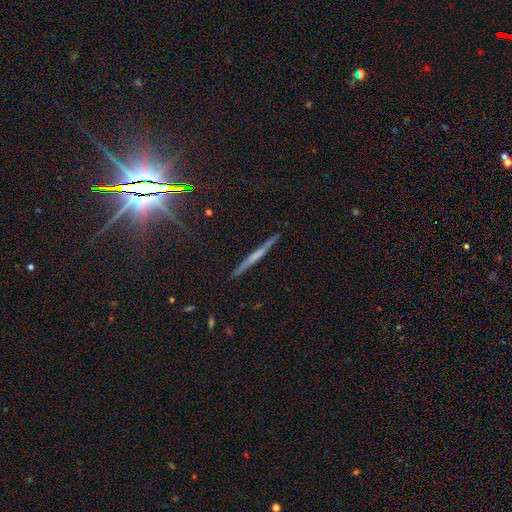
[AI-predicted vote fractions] Overall: featured or disk (52%; smooth 36%). Edge-on disk: yes (96%). Merging: none (89%).